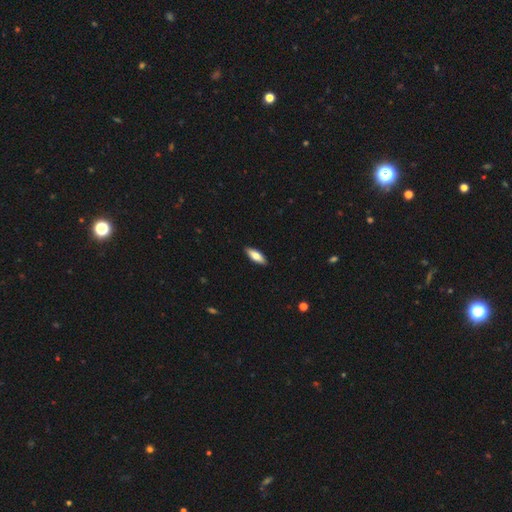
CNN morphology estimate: Q: Smooth or featured?
A: smooth (69%); runner-up: featured or disk (25%)
Q: How rounded?
A: in between (57%); runner-up: cigar-shaped (41%)
Q: Merging?
A: none (90%); runner-up: minor disturbance (7%)